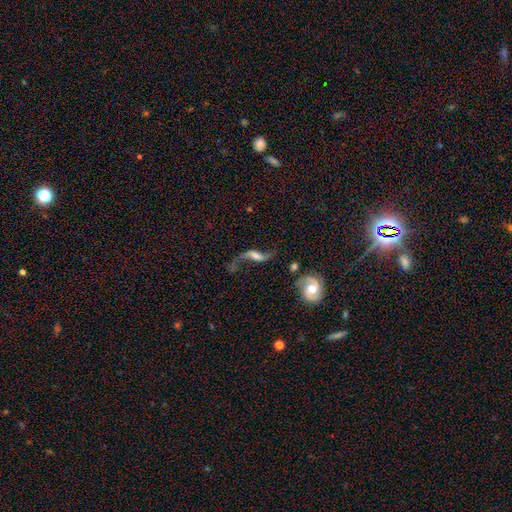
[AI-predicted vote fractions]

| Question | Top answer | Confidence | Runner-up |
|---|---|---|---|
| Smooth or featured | featured or disk | 81% | smooth (11%) |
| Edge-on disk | no | 91% | yes (9%) |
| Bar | weak | 41% | no (29%) |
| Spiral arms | yes | 93% | no (7%) |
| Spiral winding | loose | 91% | medium (7%) |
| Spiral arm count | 2 | 91% | 1 (5%) |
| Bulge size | moderate | 43% | small (29%) |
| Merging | none | 51% | major disturbance (21%) |